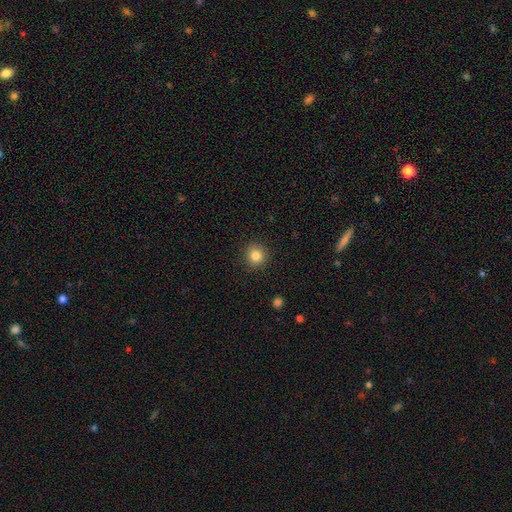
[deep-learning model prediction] Smooth or featured?
  - smooth: 83% *
  - star or artifact: 11%
  - featured or disk: 6%
How rounded?
  - round: 92% *
  - in between: 7%
  - cigar-shaped: 1%
Merging?
  - none: 90% *
  - minor disturbance: 6%
  - major disturbance: 2%
  - merger: 1%